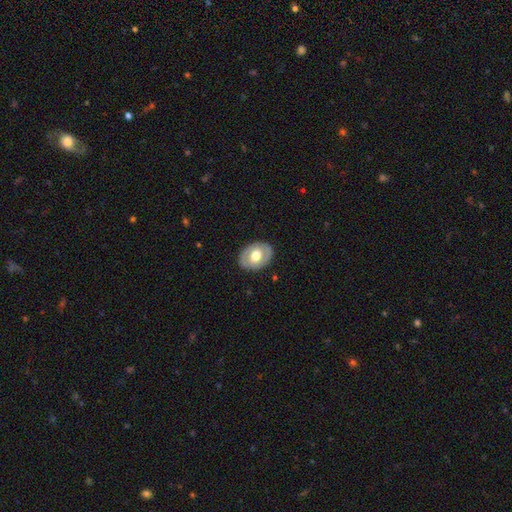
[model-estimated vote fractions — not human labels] featured or disk 52%, smooth 43%, star or artifact 5%. Down the decision tree: edge-on disk — no (94%); merging — none (85%).